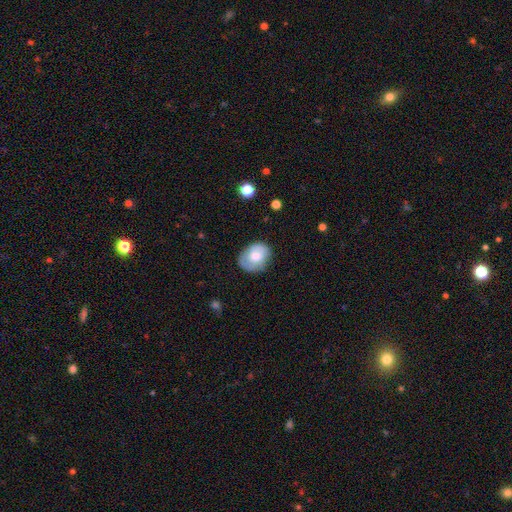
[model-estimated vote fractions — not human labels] Smooth or featured?
  - smooth: 53% *
  - featured or disk: 39%
  - star or artifact: 7%
How rounded?
  - in between: 55% *
  - round: 44%
  - cigar-shaped: 1%
Merging?
  - none: 72% *
  - minor disturbance: 20%
  - major disturbance: 6%
  - merger: 1%